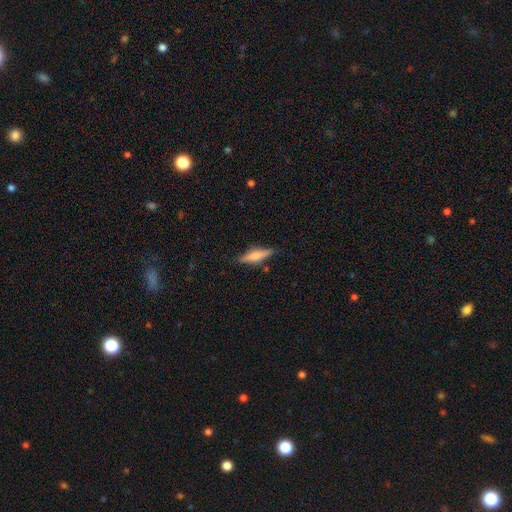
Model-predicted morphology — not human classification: This appears to be a smooth galaxy with no disk features (55%) that is cigar-shaped (68%). Merging: none (83%).